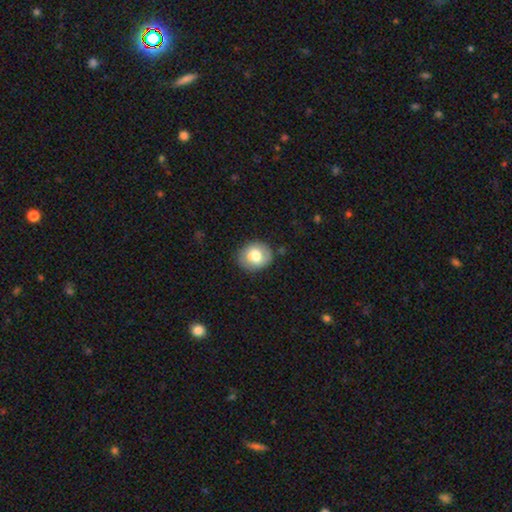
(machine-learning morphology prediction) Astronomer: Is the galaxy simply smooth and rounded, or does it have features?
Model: smooth — 68%.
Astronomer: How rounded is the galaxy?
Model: round — 63%.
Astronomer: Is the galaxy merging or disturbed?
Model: none — 82%.